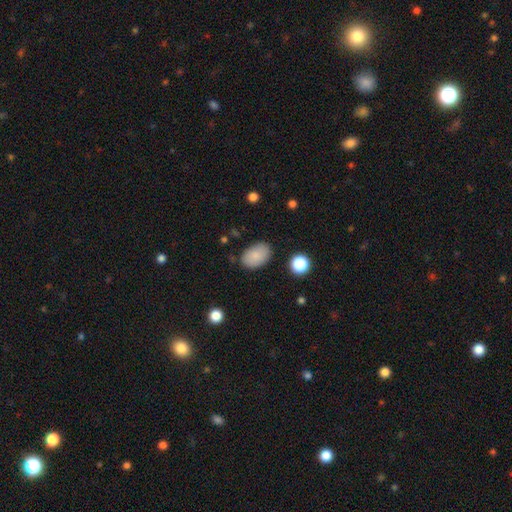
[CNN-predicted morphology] Smooth or featured? smooth (86%)
How rounded? in between (90%)
Merging? none (83%)